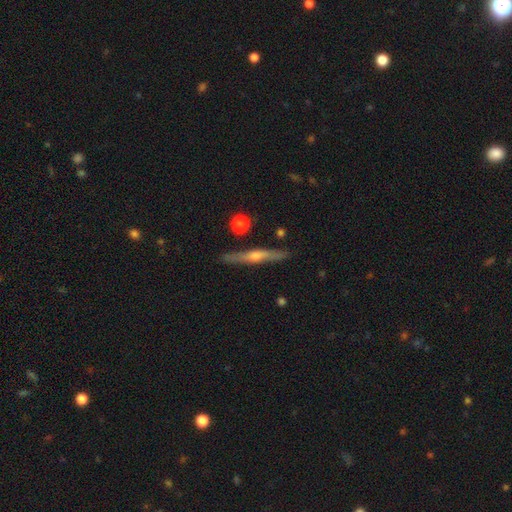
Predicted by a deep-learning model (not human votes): A featured or disk galaxy (74%) viewed edge-on (97%) with a rounded central bulge (84%). Merging: none (90%).